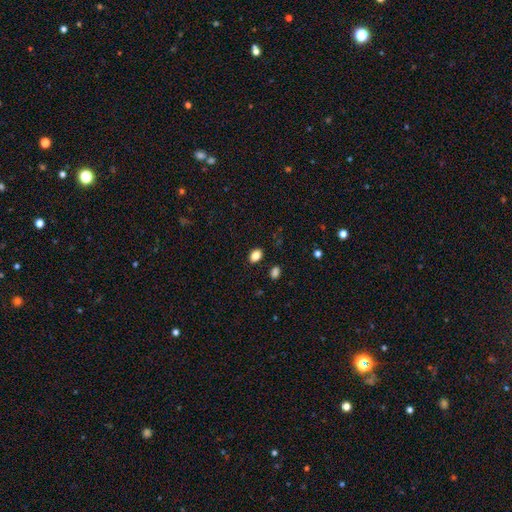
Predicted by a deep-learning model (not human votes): Smooth or featured?
  - smooth: 85% *
  - star or artifact: 10%
  - featured or disk: 6%
How rounded?
  - in between: 80% *
  - round: 19%
  - cigar-shaped: 1%
Merging?
  - none: 87% *
  - minor disturbance: 9%
  - major disturbance: 2%
  - merger: 2%